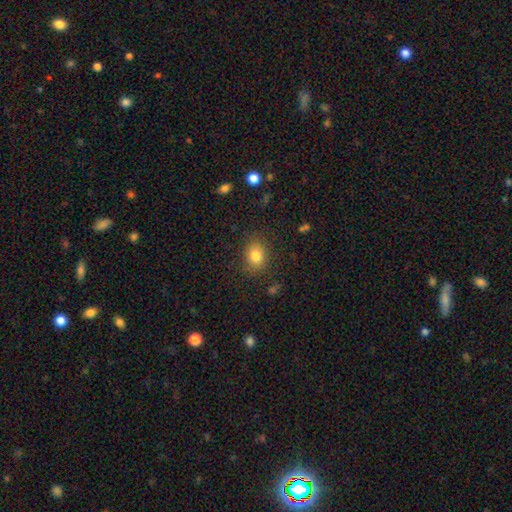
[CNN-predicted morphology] Smooth or featured? Predicted: smooth (p=0.81). How rounded? Predicted: in between (p=0.52). Merging? Predicted: none (p=0.84).